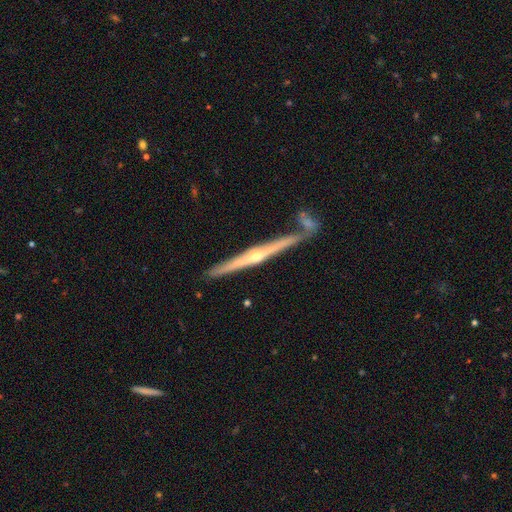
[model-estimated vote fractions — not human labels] This appears to be a featured or disk galaxy (79%) viewed edge-on (98%) with a rounded central bulge (83%). Merging: none (77%).